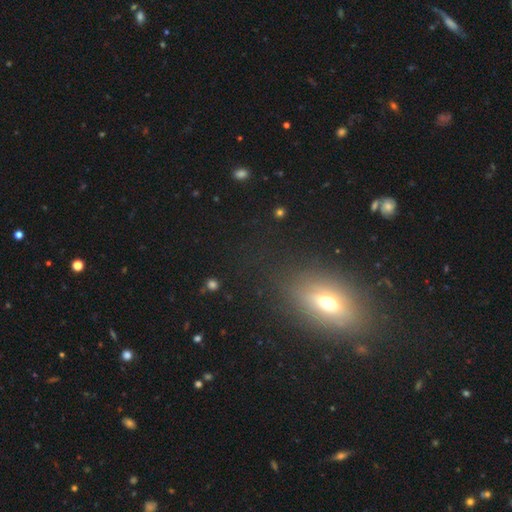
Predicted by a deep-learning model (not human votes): Overall: smooth (60%; star or artifact 27%). How rounded: in between (76%). Merging: none (87%).